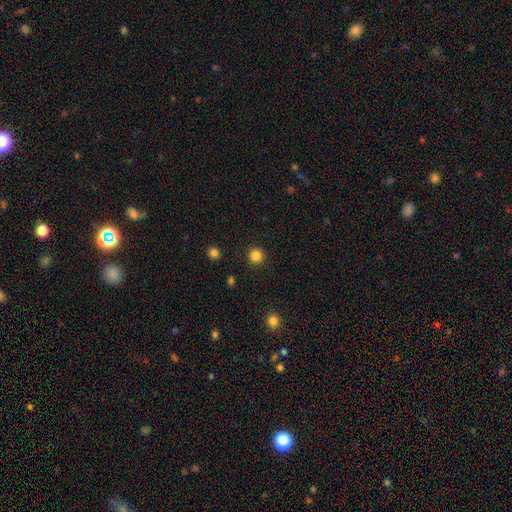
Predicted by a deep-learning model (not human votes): This is clearly a smooth galaxy (85%). How rounded: clearly round (95%). Merging: clearly none (92%).